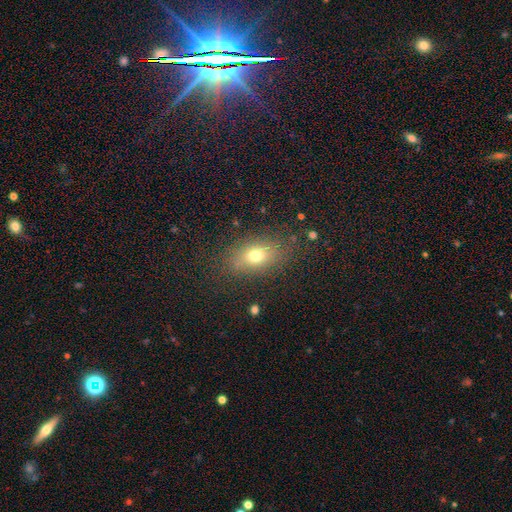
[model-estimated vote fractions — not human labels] Smooth or featured?
  - smooth: 73% *
  - featured or disk: 15%
  - star or artifact: 13%
How rounded?
  - in between: 79% *
  - round: 17%
  - cigar-shaped: 4%
Merging?
  - none: 81% *
  - minor disturbance: 12%
  - major disturbance: 5%
  - merger: 2%